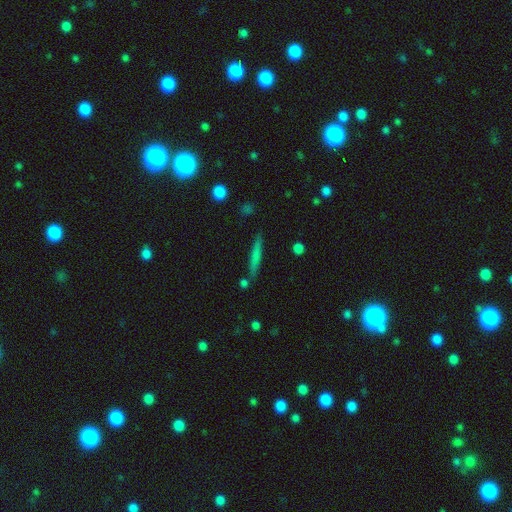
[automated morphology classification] This appears to be a smooth galaxy with no disk features (65%) that is cigar-shaped (93%). Merging: none (83%).